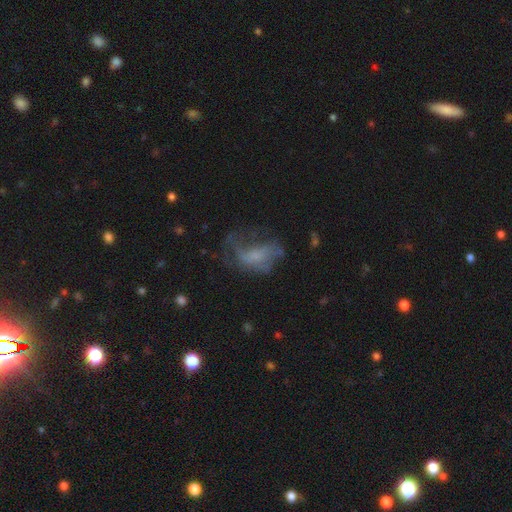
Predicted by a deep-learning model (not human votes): A featured or disk galaxy (53%) with no bar (64%), spiral arms (54%) and no central bulge (41%).

Vote fractions:
- Smooth or featured? featured or disk: 53% / smooth: 34% / star or artifact: 13%
- Edge-on disk? no: 96% / yes: 4%
- Bar? no: 64% / weak: 28% / strong: 8%
- Spiral arms? yes: 54% / no: 46%
- Bulge size? none: 41% / small: 33% / moderate: 19% / large: 6% / dominant: 2%
- Merging? major disturbance: 43% / none: 33% / minor disturbance: 21% / merger: 3%